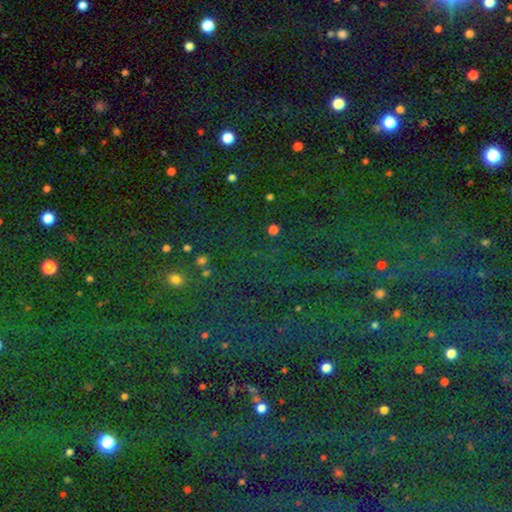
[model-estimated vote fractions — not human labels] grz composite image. It shows a star or artifact, not a galaxy (84%).